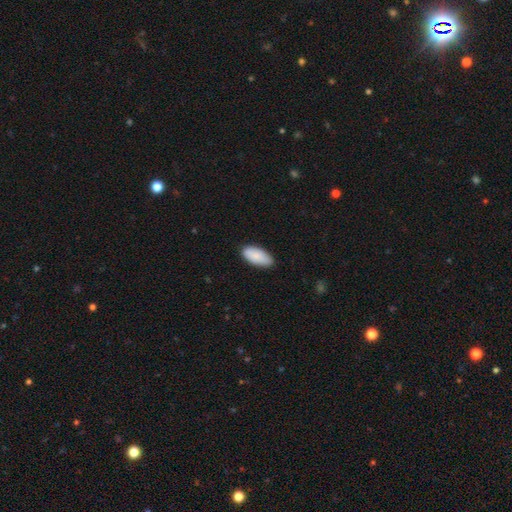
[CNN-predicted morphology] smooth_or_featured: smooth (p=0.88) [alt: featured or disk p=0.06]
how_rounded: in between (p=0.91) [alt: cigar-shaped p=0.07]
merging: none (p=0.85) [alt: minor disturbance p=0.12]